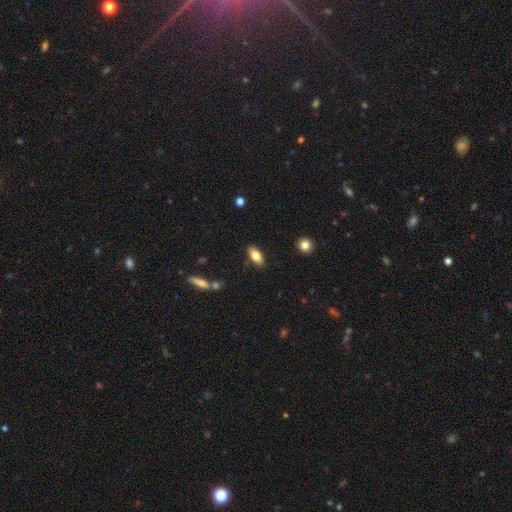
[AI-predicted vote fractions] Smooth or featured: smooth — 76% (featured or disk — 17%)
How rounded: in between — 87% (cigar-shaped — 11%)
Merging: none — 85% (minor disturbance — 10%)